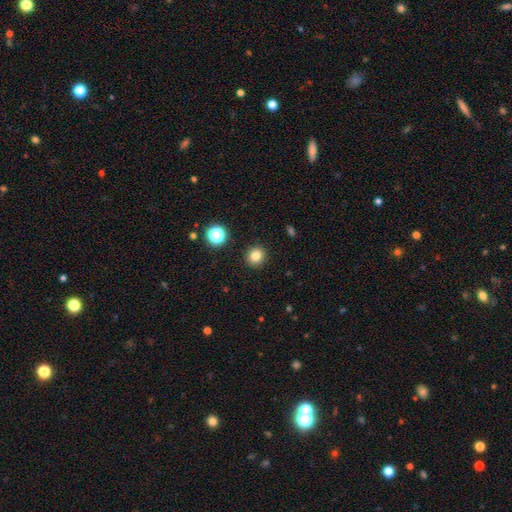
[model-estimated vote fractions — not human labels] Smooth or featured? smooth (81%)
How rounded? round (89%)
Merging? none (91%)